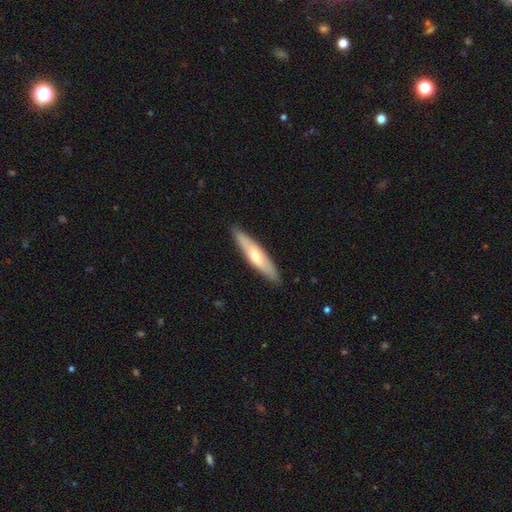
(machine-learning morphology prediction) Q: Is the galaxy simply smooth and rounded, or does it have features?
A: smooth — 52%.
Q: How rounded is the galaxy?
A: cigar-shaped — 82%.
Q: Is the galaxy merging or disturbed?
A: none — 89%.